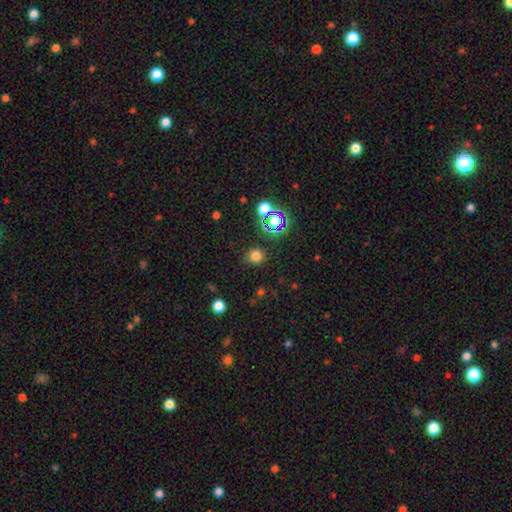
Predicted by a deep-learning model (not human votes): Smooth or featured?
  - smooth: 74% *
  - star or artifact: 21%
  - featured or disk: 5%
How rounded?
  - round: 90% *
  - in between: 9%
  - cigar-shaped: 1%
Merging?
  - none: 85% *
  - minor disturbance: 10%
  - major disturbance: 4%
  - merger: 2%